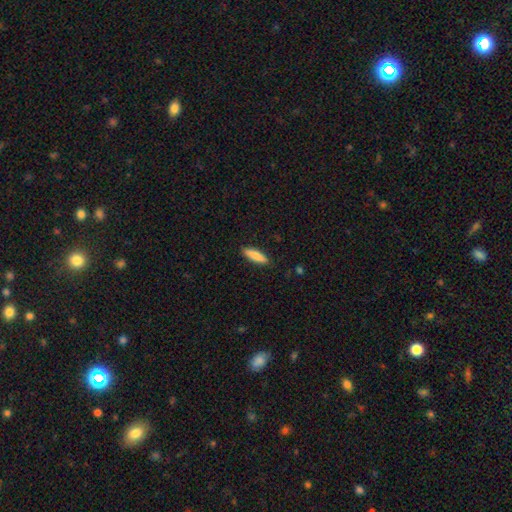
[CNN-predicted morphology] smooth-or-featured: smooth: 83% | featured or disk: 11% | star or artifact: 6%
  how-rounded: cigar-shaped: 62% | in between: 36% | round: 2%
  merging: none: 89% | minor disturbance: 9% | major disturbance: 2% | merger: 1%